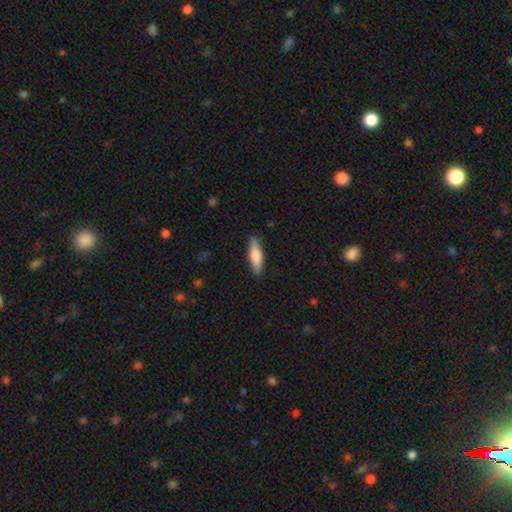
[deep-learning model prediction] This is likely a smooth galaxy (71%). How rounded: likely cigar-shaped (60%). Merging: clearly none (87%).